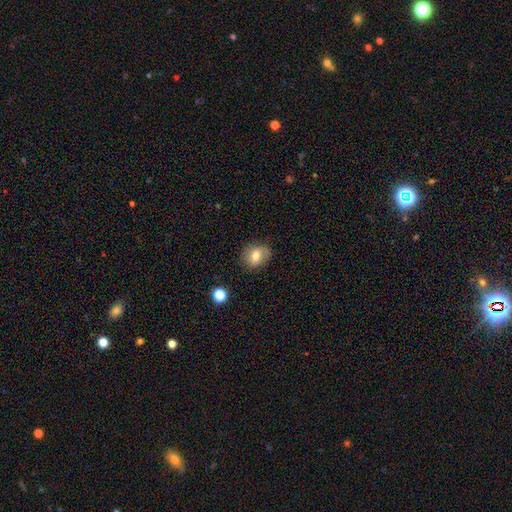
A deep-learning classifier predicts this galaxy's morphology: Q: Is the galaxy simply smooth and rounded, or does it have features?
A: smooth — 74%.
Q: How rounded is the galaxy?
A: round — 58%.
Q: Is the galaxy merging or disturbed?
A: none — 75%.